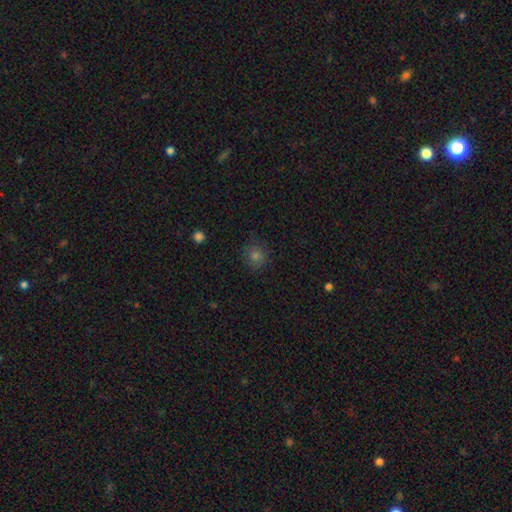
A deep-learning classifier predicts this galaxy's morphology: Smooth or featured: smooth — 72% (star or artifact — 20%)
How rounded: round — 91% (in between — 8%)
Merging: none — 87% (minor disturbance — 9%)